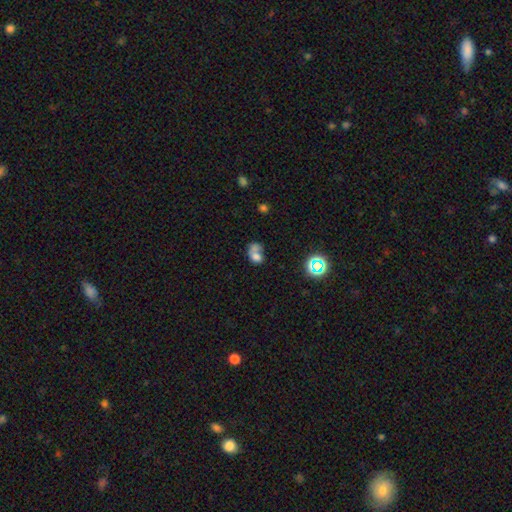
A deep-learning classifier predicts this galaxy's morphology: type=smooth (60%); roundness=in between (60%); merging=merger (47%).